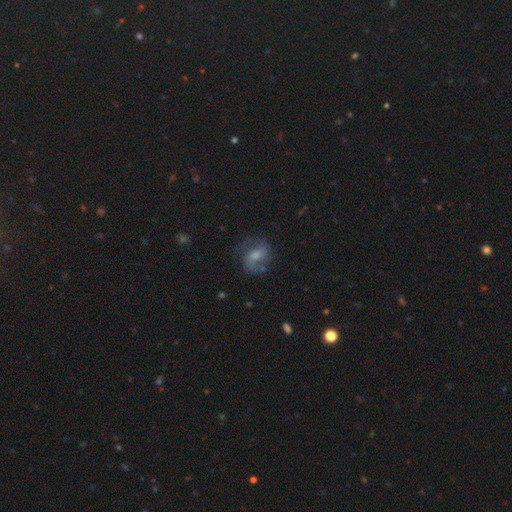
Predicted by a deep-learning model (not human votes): The model was most divided on "bar": weak: 47%, no: 35%, strong: 17%. Remaining: edge-on disk — no (96%); spiral arms — yes (85%); merging — none (63%); smooth or featured — featured or disk (59%); bulge size — moderate (47%).